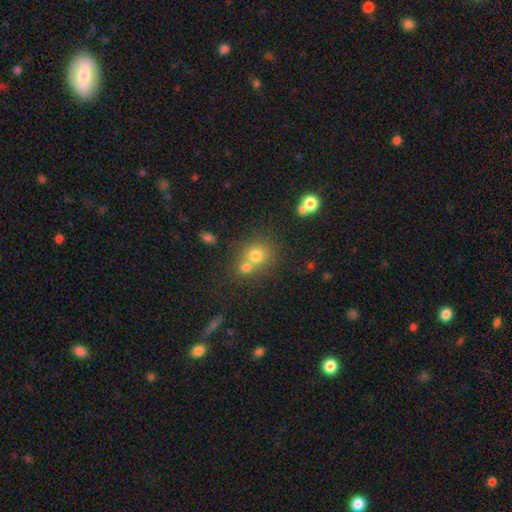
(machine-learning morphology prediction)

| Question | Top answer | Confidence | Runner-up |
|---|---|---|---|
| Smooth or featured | smooth | 74% | star or artifact (14%) |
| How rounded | round | 81% | in between (18%) |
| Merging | merger | 45% | none (44%) |